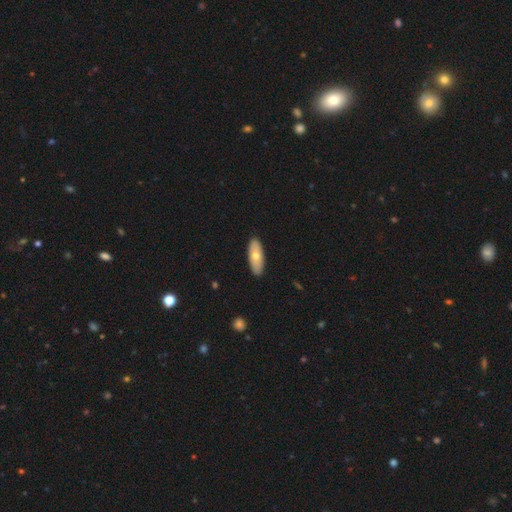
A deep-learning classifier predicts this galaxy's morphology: Overall: smooth (66%; featured or disk 29%). How rounded: in between (72%). Merging: none (90%).